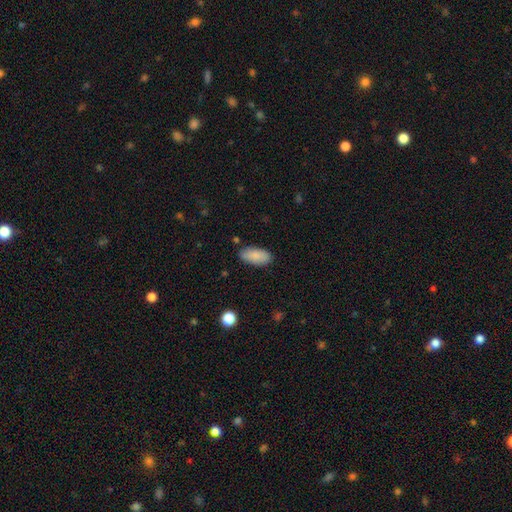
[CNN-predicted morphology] This is clearly a smooth galaxy (88%). How rounded: clearly in between (91%). Merging: clearly none (85%).